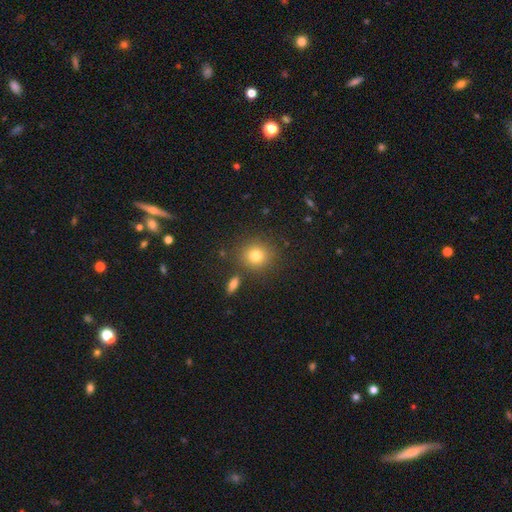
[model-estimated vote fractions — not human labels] This appears to be a smooth galaxy with no disk features (79%) that is round (85%). Merging: none (84%).